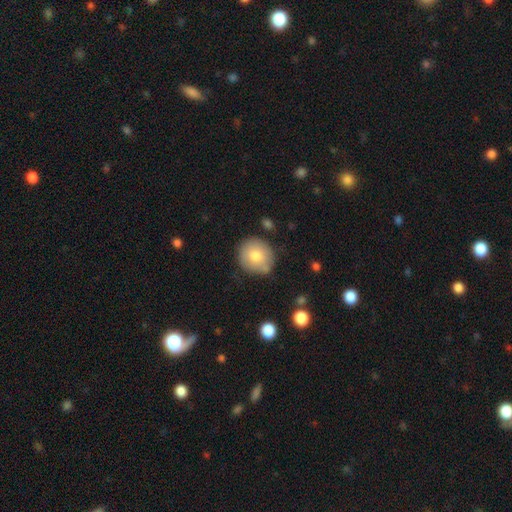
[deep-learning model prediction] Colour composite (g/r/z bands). It shows a smooth galaxy with no disk features (77%) that is round (88%). Merging: none (78%).